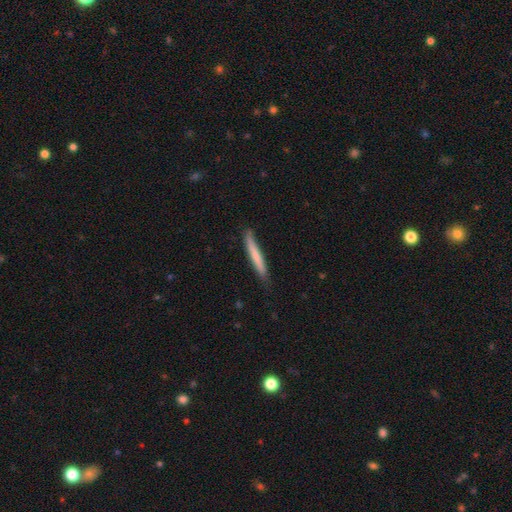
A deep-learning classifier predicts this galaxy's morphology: A smooth galaxy with no disk features (69%) that is cigar-shaped (96%). Merging: none (81%).